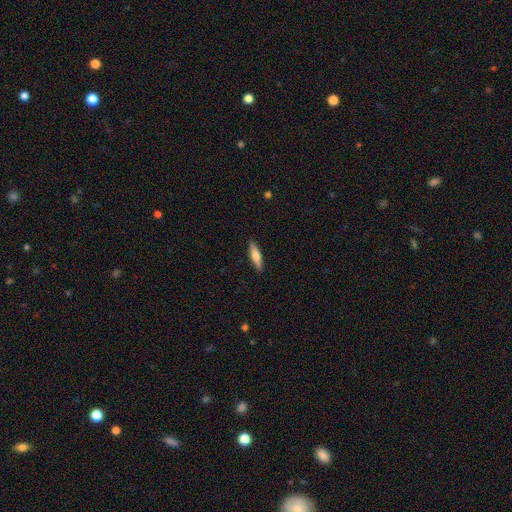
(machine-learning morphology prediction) smooth_or_featured: smooth (p=0.64) [alt: featured or disk p=0.30]
how_rounded: cigar-shaped (p=0.68) [alt: in between p=0.30]
merging: none (p=0.90) [alt: minor disturbance p=0.08]